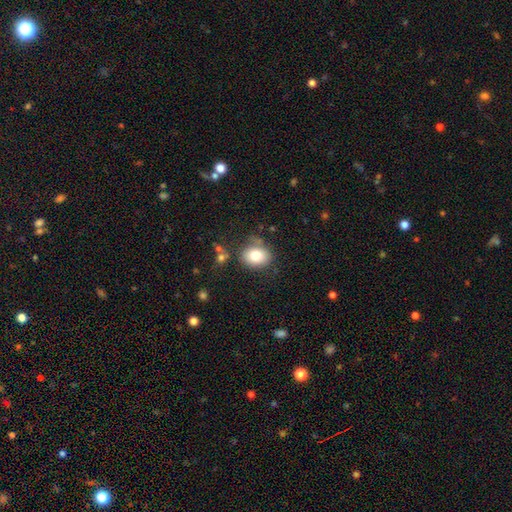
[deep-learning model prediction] smooth-or-featured: smooth: 79% | featured or disk: 11% | star or artifact: 9%
  how-rounded: in between: 55% | round: 44% | cigar-shaped: 1%
  merging: none: 70% | minor disturbance: 18% | major disturbance: 6% | merger: 5%